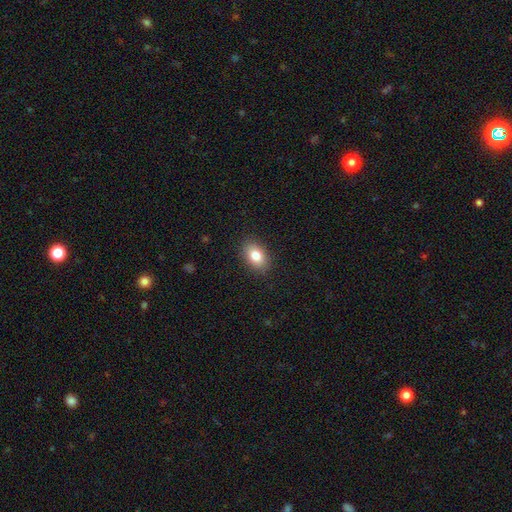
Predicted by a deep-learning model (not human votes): smooth-or-featured: smooth: 82% | featured or disk: 9% | star or artifact: 9%
  how-rounded: in between: 83% | round: 15% | cigar-shaped: 1%
  merging: none: 88% | minor disturbance: 9% | major disturbance: 2% | merger: 1%